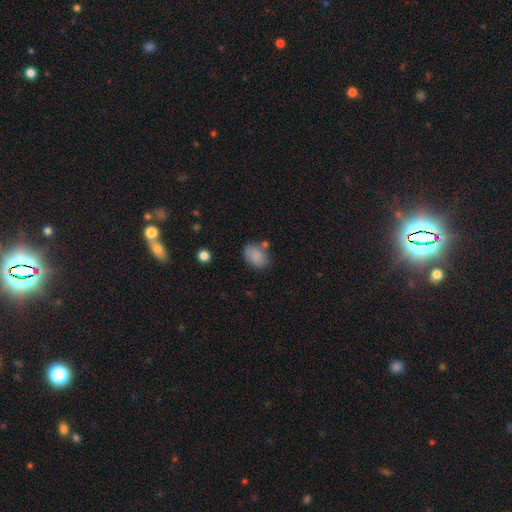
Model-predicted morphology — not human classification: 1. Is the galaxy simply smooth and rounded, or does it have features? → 85% smooth, 9% star or artifact, 7% featured or disk.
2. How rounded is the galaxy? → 76% in between, 23% round, 1% cigar-shaped.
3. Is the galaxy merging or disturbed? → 64% none, 20% minor disturbance, 10% merger, 6% major disturbance.